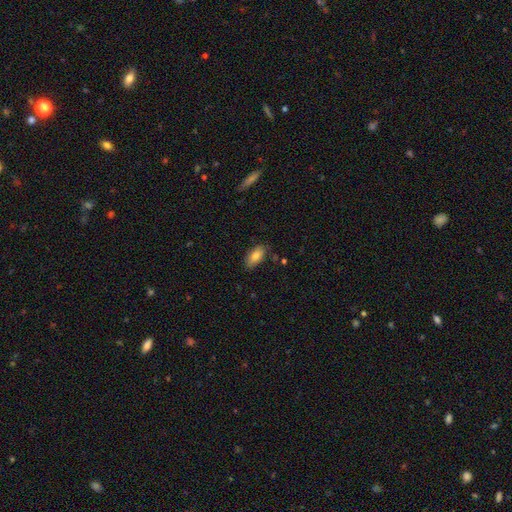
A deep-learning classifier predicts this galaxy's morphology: smooth-or-featured: smooth: 81% | featured or disk: 12% | star or artifact: 7%
  how-rounded: in between: 89% | cigar-shaped: 8% | round: 3%
  merging: none: 81% | minor disturbance: 15% | major disturbance: 2% | merger: 2%